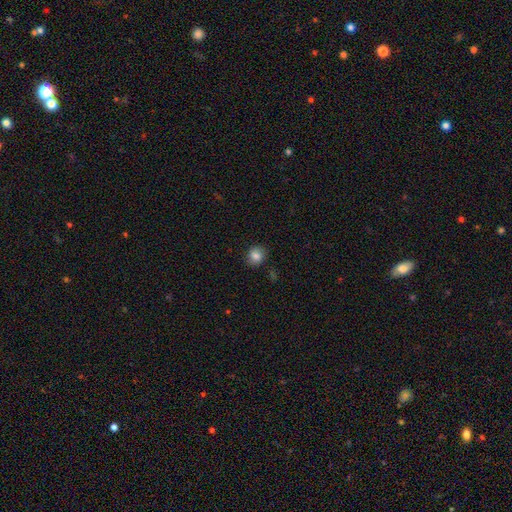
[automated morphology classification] Smooth or featured? smooth (83%)
How rounded? round (66%)
Merging? none (83%)